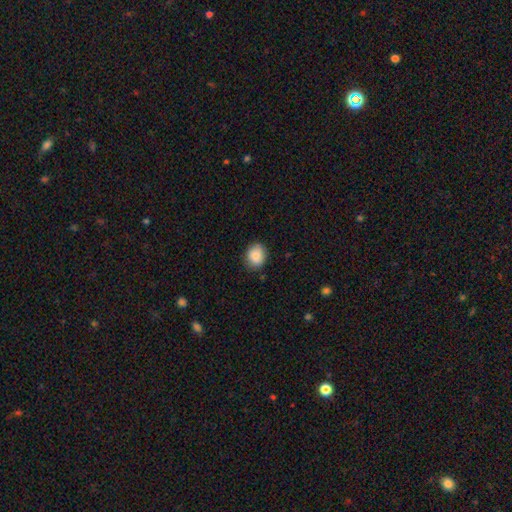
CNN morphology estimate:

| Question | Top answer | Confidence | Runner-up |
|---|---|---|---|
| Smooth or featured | smooth | 87% | star or artifact (8%) |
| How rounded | round | 65% | in between (34%) |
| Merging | none | 84% | minor disturbance (12%) |